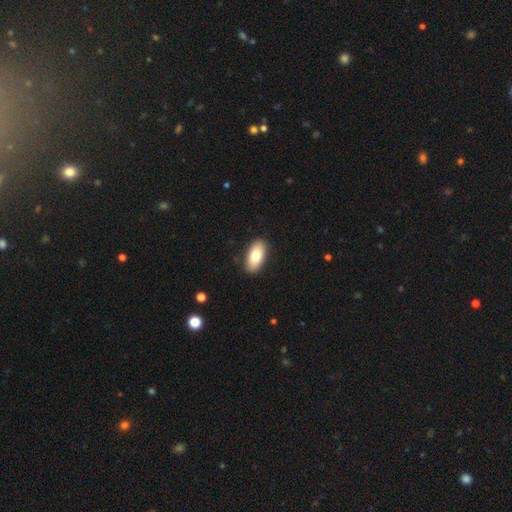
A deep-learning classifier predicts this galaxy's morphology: A smooth galaxy with no disk features (79%) that is in between round and cigar-shaped (92%).

Vote fractions:
- Smooth or featured? smooth: 79% / featured or disk: 15% / star or artifact: 6%
- How rounded? in between: 92% / cigar-shaped: 5% / round: 3%
- Merging? none: 88% / minor disturbance: 9% / major disturbance: 2% / merger: 1%